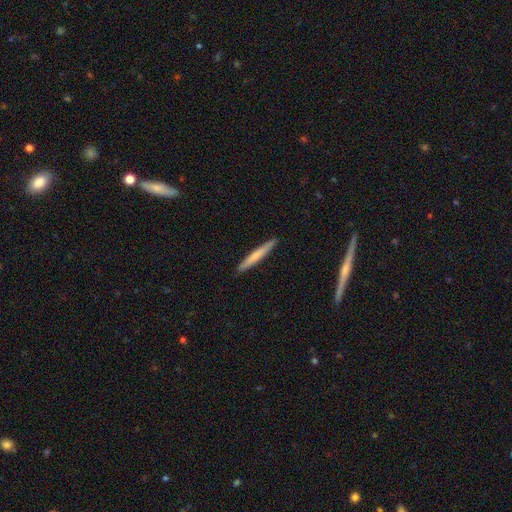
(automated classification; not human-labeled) This appears to be a smooth galaxy with no disk features (65%) that is cigar-shaped (96%). Merging: none (91%).